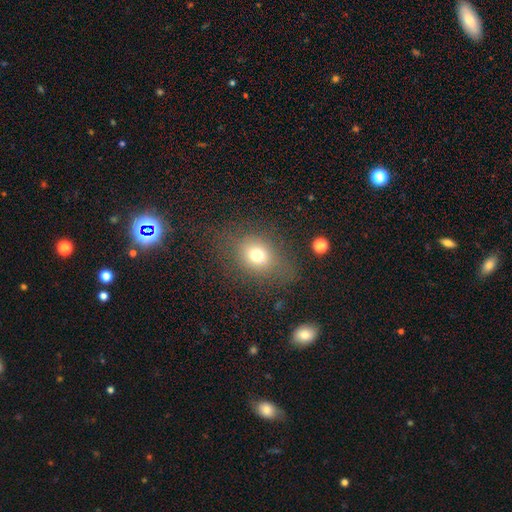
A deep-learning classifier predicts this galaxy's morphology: Smooth or featured? Predicted: smooth (p=0.70). How rounded? Predicted: round (p=0.51). Merging? Predicted: none (p=0.74).